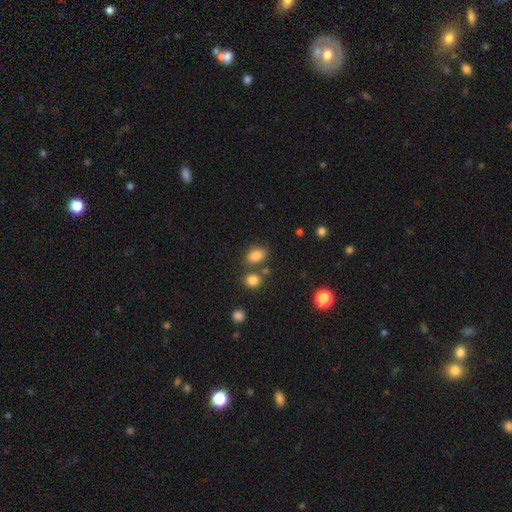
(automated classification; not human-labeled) Smooth or featured? Predicted: smooth (p=0.84). How rounded? Predicted: in between (p=0.83). Merging? Predicted: none (p=0.67).